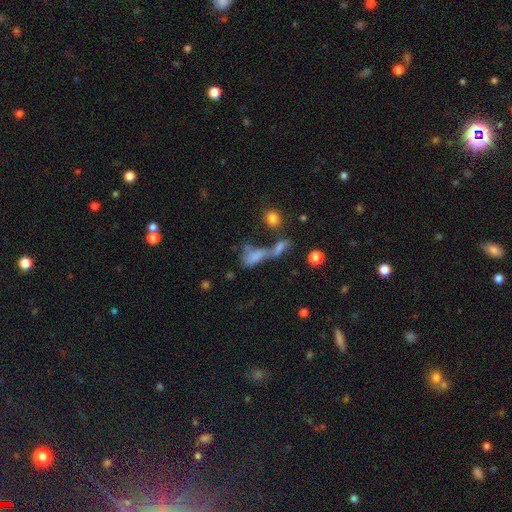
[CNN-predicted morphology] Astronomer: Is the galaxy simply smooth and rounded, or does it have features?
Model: smooth — 64%.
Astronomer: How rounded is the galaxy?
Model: in between — 69%.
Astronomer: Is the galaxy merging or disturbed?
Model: merger — 56%.